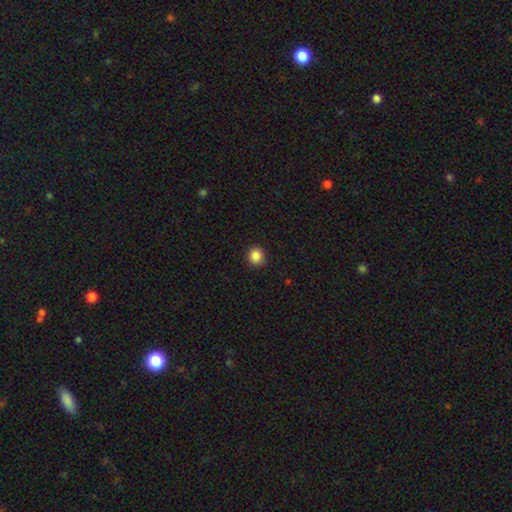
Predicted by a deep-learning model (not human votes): smooth-or-featured: smooth: 86% | star or artifact: 10% | featured or disk: 3%
  how-rounded: round: 86% | in between: 13% | cigar-shaped: 1%
  merging: none: 90% | minor disturbance: 7% | major disturbance: 2% | merger: 1%